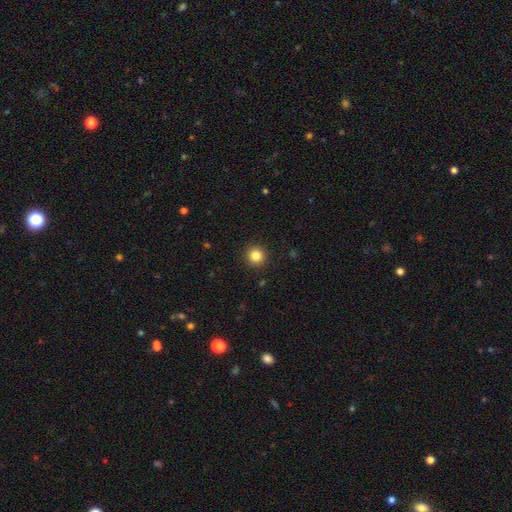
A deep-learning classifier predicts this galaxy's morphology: Q: Smooth or featured?
A: smooth (84%); runner-up: star or artifact (11%)
Q: How rounded?
A: round (95%); runner-up: in between (4%)
Q: Merging?
A: none (92%); runner-up: minor disturbance (5%)